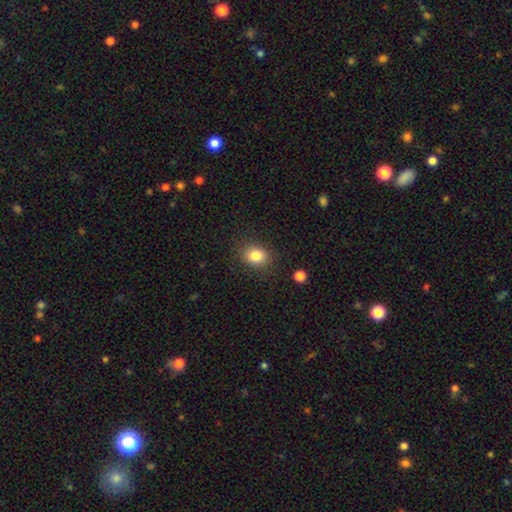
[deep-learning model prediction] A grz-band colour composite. It shows a smooth galaxy with no disk features (83%) that is round (54%). Merging: none (85%).